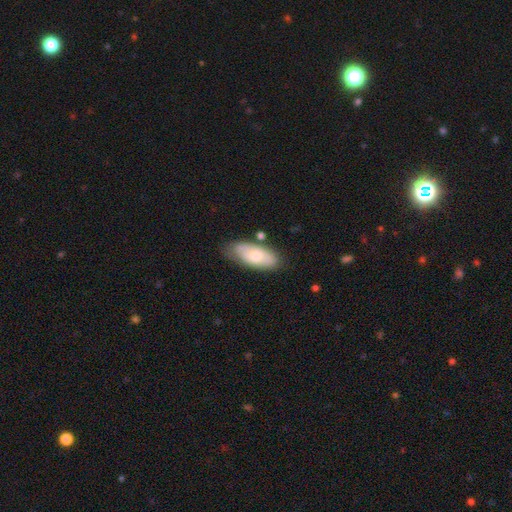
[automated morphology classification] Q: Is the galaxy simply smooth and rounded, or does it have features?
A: smooth — 65%.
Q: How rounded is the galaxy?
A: in between — 87%.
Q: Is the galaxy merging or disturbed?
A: none — 66%.